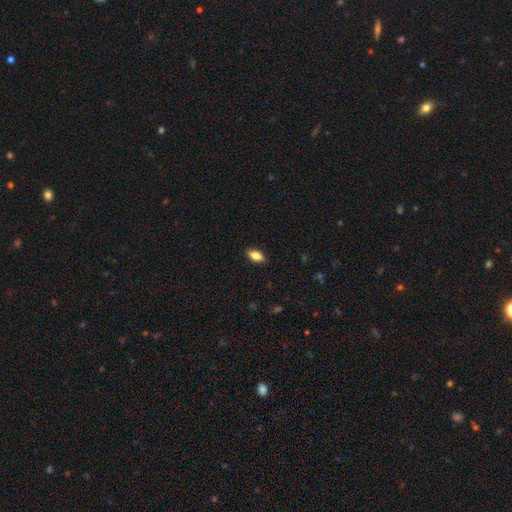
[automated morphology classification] A smooth galaxy with no disk features (83%) that is in between round and cigar-shaped (88%). Merging: none (87%).